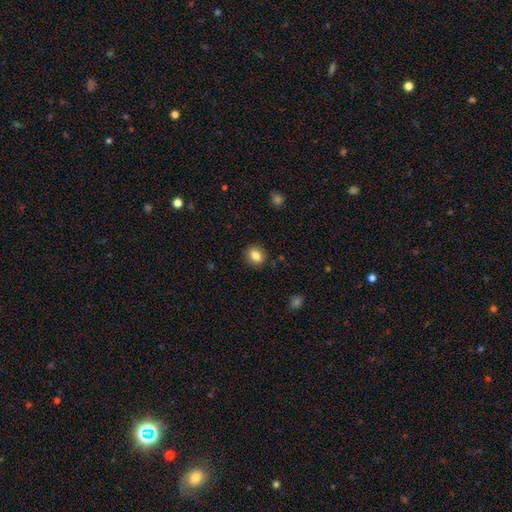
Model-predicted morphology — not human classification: Smooth or featured? Predicted: smooth (p=0.83). How rounded? Predicted: round (p=0.70). Merging? Predicted: none (p=0.90).